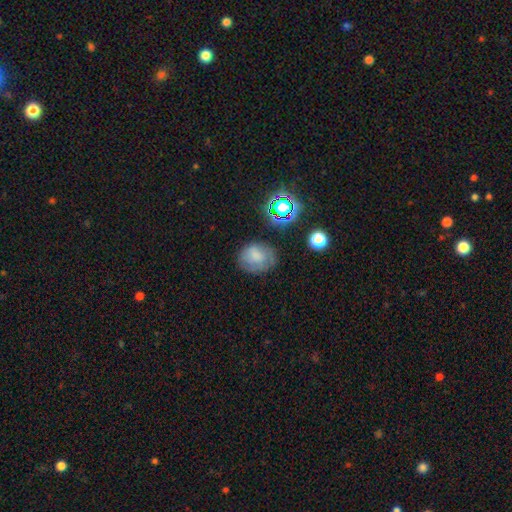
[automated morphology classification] A smooth galaxy with no disk features (71%) that is round (54%).

Vote fractions:
- Smooth or featured? smooth: 71% / featured or disk: 16% / star or artifact: 13%
- How rounded? round: 54% / in between: 45% / cigar-shaped: 1%
- Merging? none: 66% / minor disturbance: 23% / major disturbance: 9% / merger: 3%